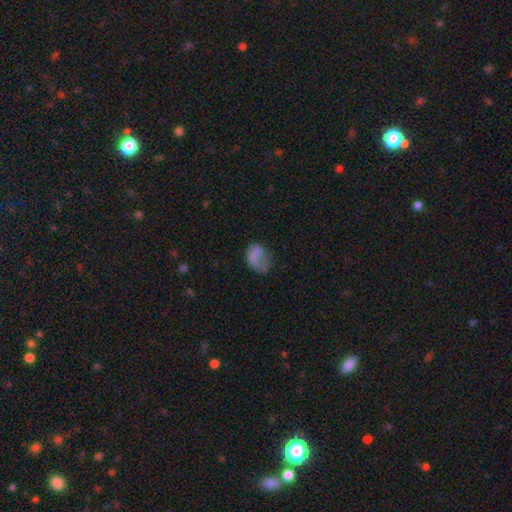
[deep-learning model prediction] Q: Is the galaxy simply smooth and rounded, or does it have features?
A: smooth — 63%.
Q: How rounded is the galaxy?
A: in between — 68%.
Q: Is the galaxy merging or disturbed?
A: major disturbance — 41%.